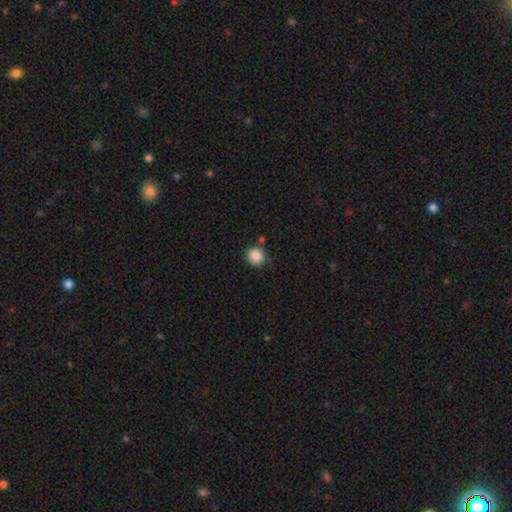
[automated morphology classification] Q: Smooth or featured?
A: smooth (88%); runner-up: star or artifact (9%)
Q: How rounded?
A: round (90%); runner-up: in between (9%)
Q: Merging?
A: none (82%); runner-up: minor disturbance (11%)